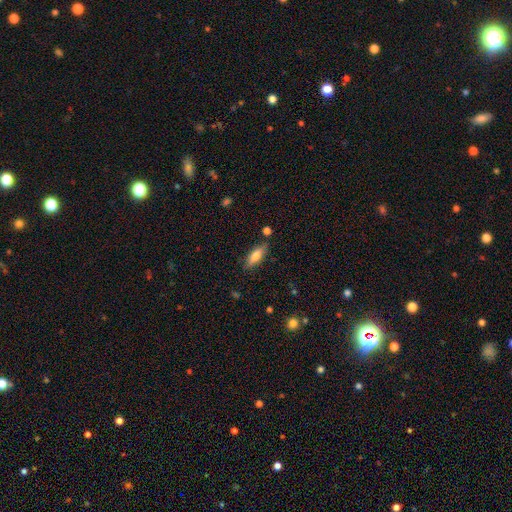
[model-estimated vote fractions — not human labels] Overall: smooth (70%). How rounded: in between (57%; cigar-shaped 40%). Merging: none (81%).